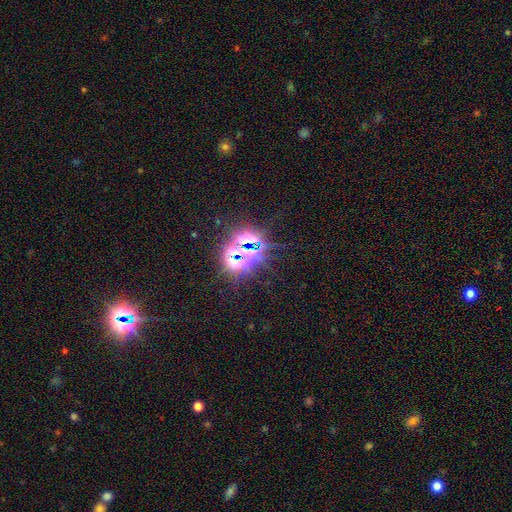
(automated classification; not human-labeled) Smooth or featured: star or artifact — 82% (smooth — 10%)